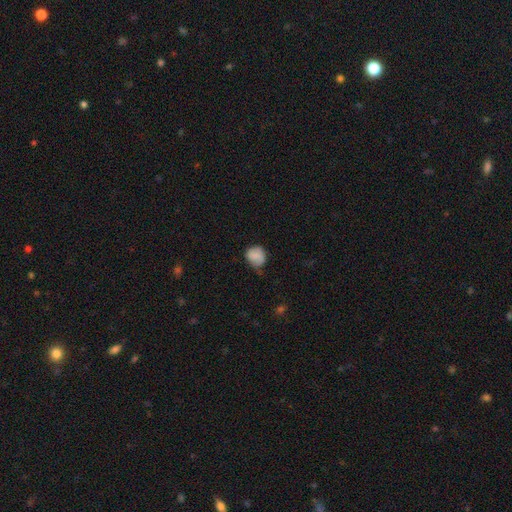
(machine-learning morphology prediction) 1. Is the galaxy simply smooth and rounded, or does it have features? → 83% smooth, 9% star or artifact, 8% featured or disk.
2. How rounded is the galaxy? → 71% round, 28% in between, 1% cigar-shaped.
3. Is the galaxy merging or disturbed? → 49% none, 39% minor disturbance, 9% major disturbance, 2% merger.